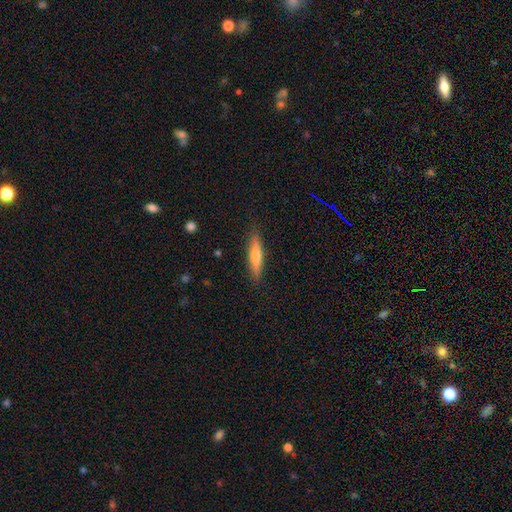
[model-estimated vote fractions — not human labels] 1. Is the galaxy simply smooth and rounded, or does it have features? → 61% smooth, 33% featured or disk, 6% star or artifact.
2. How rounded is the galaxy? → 83% cigar-shaped, 15% in between, 2% round.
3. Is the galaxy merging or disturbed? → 87% none, 10% minor disturbance, 2% major disturbance, 1% merger.